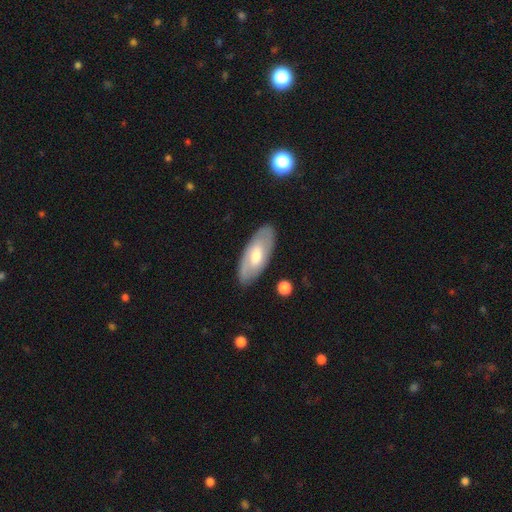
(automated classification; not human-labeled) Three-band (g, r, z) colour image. It shows a smooth galaxy with no disk features (48%). Merging: none (85%).